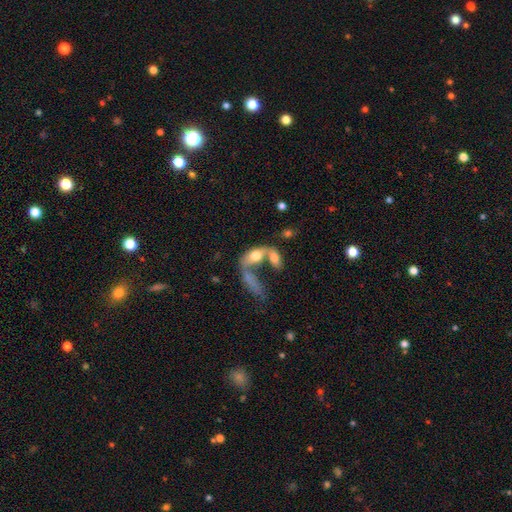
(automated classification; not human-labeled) This appears to be a smooth galaxy with no disk features (60%) that is in between round and cigar-shaped (78%). Merging: merger (62%).